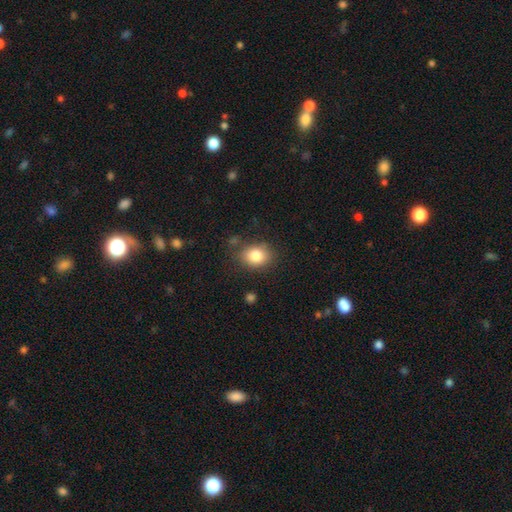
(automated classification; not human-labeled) Smooth or featured: smooth — 83% (star or artifact — 9%)
How rounded: in between — 54% (round — 45%)
Merging: none — 77% (minor disturbance — 15%)